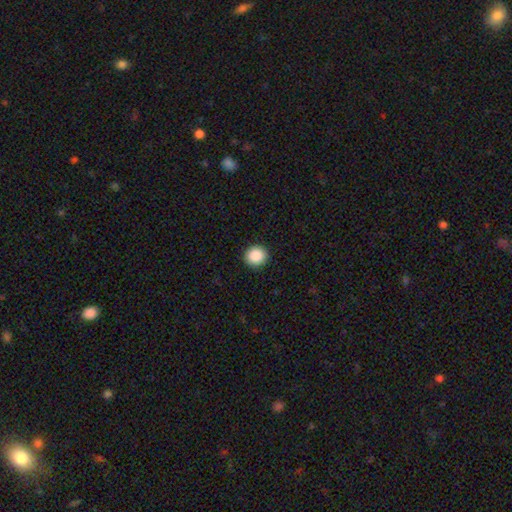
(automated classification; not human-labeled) Smooth or featured?
  - smooth: 89% *
  - star or artifact: 9%
  - featured or disk: 3%
How rounded?
  - round: 91% *
  - in between: 8%
  - cigar-shaped: 1%
Merging?
  - none: 92% *
  - minor disturbance: 5%
  - major disturbance: 2%
  - merger: 1%